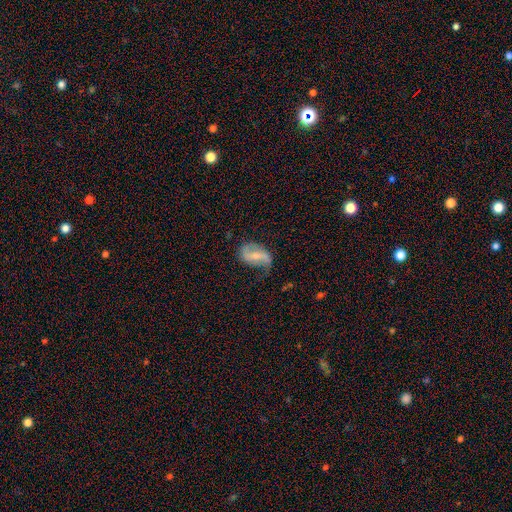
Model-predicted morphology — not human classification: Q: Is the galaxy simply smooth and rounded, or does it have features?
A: featured or disk — 71%.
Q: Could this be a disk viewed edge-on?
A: no — 96%.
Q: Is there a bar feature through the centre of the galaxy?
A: weak — 40%, tied with strong.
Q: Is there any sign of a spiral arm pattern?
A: yes — 88%.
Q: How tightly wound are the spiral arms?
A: loose — 65%.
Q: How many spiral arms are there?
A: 2 — 82%.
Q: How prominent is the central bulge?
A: small — 49%.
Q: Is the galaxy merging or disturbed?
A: none — 53%.